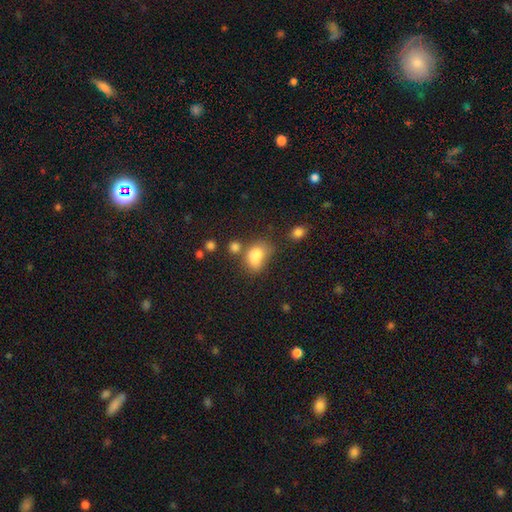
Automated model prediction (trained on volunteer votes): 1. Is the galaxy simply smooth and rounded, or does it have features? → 77% smooth, 12% star or artifact, 11% featured or disk.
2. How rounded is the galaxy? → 76% in between, 22% round, 2% cigar-shaped.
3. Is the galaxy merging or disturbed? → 30% none, 28% merger, 24% minor disturbance, 18% major disturbance.